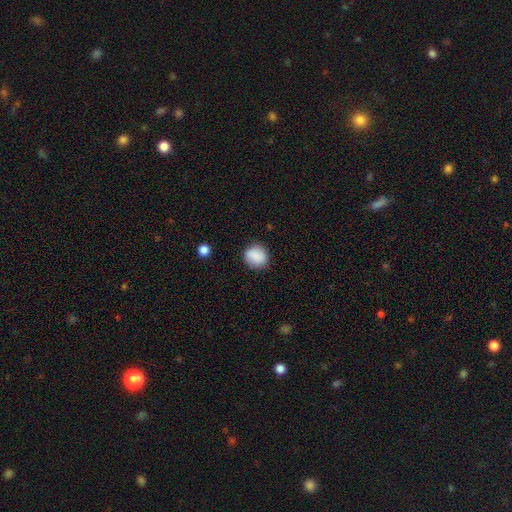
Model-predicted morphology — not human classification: Overall: smooth (86%). How rounded: round (79%). Merging: none (85%).